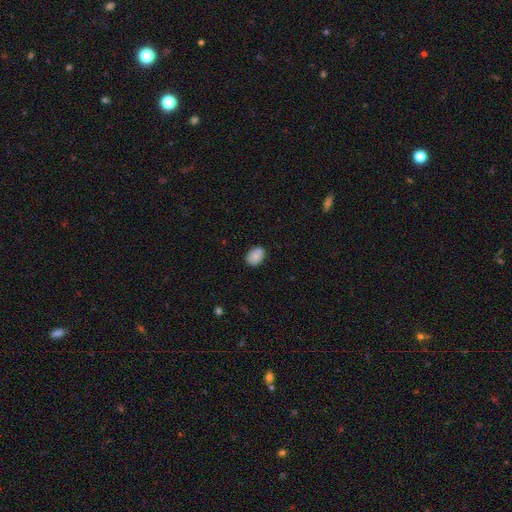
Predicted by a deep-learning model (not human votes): Smooth or featured: smooth — 81% (featured or disk — 10%)
How rounded: in between — 66% (round — 33%)
Merging: none — 74% (minor disturbance — 18%)